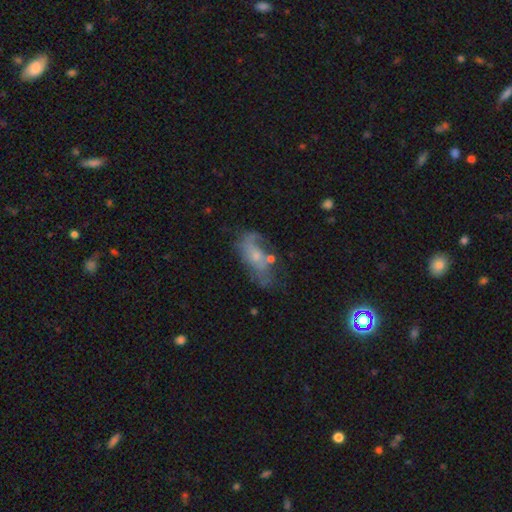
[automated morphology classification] This appears to be a featured or disk galaxy (54%). Merging: none (39%).